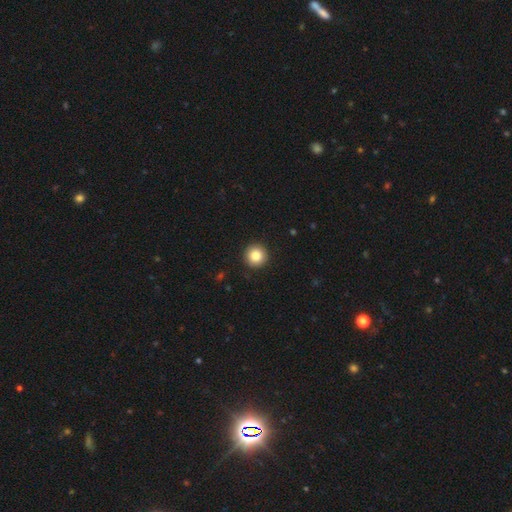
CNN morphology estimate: A smooth galaxy with no disk features (85%) that is round (96%).

Vote fractions:
- Smooth or featured? smooth: 85% / star or artifact: 9% / featured or disk: 6%
- How rounded? round: 96% / in between: 3% / cigar-shaped: 1%
- Merging? none: 93% / minor disturbance: 5% / major disturbance: 2% / merger: 1%